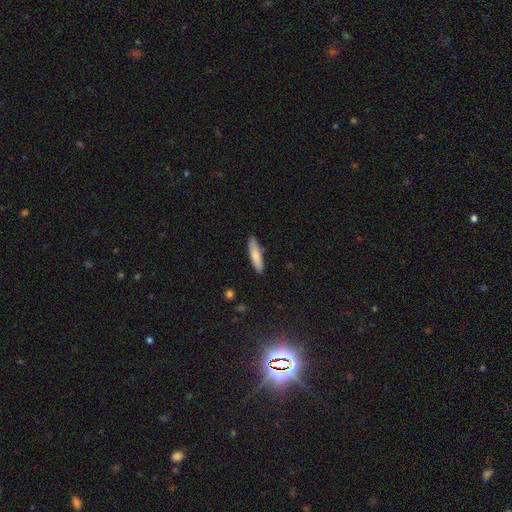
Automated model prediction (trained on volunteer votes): Overall: smooth (81%). How rounded: cigar-shaped (75%). Merging: none (86%).